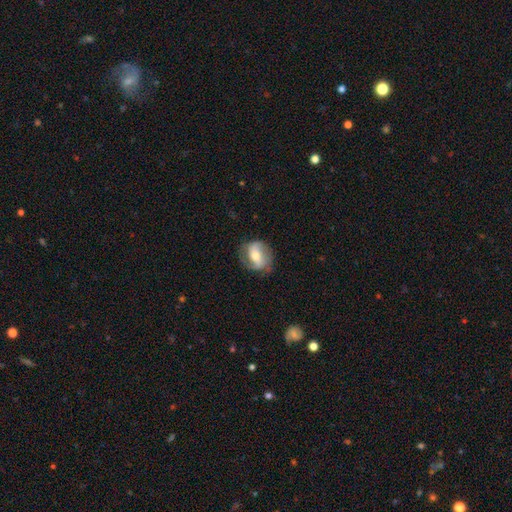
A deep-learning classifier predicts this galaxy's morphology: Smooth or featured? Predicted: featured or disk (p=0.68). Edge-on disk? Predicted: no (p=0.95). Bar? Predicted: weak (p=0.36, tied with strong). Spiral arms? Predicted: yes (p=0.86). Spiral winding? Predicted: medium (p=0.42). Spiral arm count? Predicted: 2 (p=0.81). Bulge size? Predicted: moderate (p=0.62). Merging? Predicted: none (p=0.73).